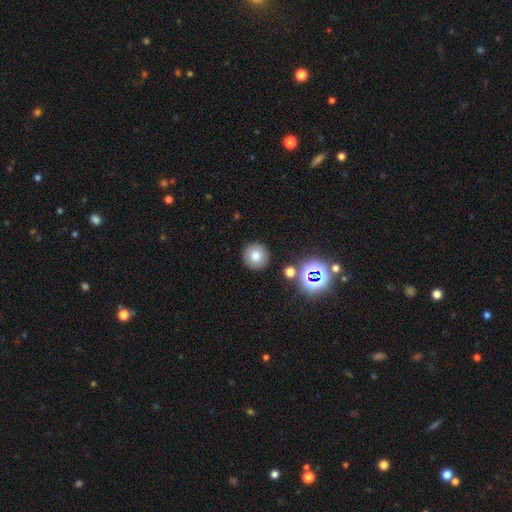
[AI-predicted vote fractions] This is likely a smooth galaxy (74%). How rounded: clearly round (95%). Merging: clearly none (89%).